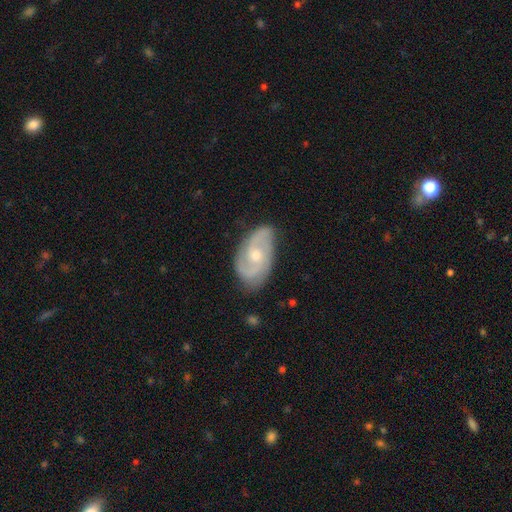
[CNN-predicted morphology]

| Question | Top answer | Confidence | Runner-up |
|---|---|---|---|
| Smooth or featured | featured or disk | 83% | smooth (12%) |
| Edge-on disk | no | 96% | yes (4%) |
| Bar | no | 62% | weak (33%) |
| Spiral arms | yes | 95% | no (5%) |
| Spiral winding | medium | 46% | tight (42%) |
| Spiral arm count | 2 | 71% | 3 (13%) |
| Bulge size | moderate | 62% | small (32%) |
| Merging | none | 75% | minor disturbance (20%) |